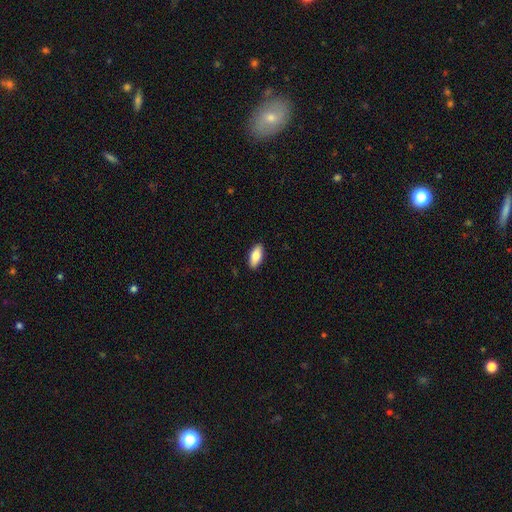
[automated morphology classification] smooth-or-featured: smooth: 81% | featured or disk: 13% | star or artifact: 6%
  how-rounded: in between: 86% | cigar-shaped: 12% | round: 2%
  merging: none: 90% | minor disturbance: 8% | major disturbance: 2% | merger: 1%